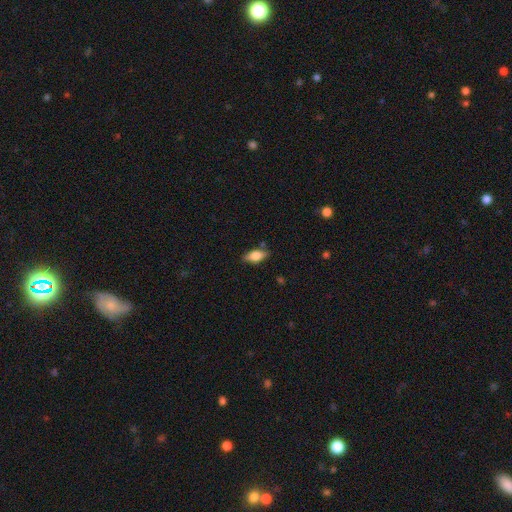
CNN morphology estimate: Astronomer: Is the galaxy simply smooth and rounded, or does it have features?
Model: smooth — 74%.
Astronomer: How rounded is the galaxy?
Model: in between — 85%.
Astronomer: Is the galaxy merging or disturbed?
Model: none — 81%.